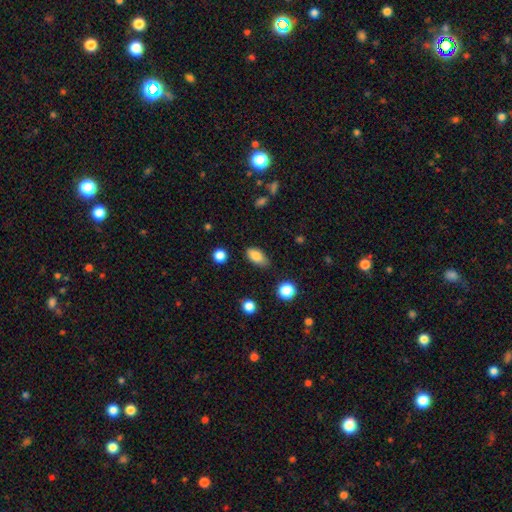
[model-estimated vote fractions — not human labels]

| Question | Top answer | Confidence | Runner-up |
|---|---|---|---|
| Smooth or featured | smooth | 83% | star or artifact (9%) |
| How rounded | in between | 88% | cigar-shaped (6%) |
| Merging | none | 76% | minor disturbance (18%) |